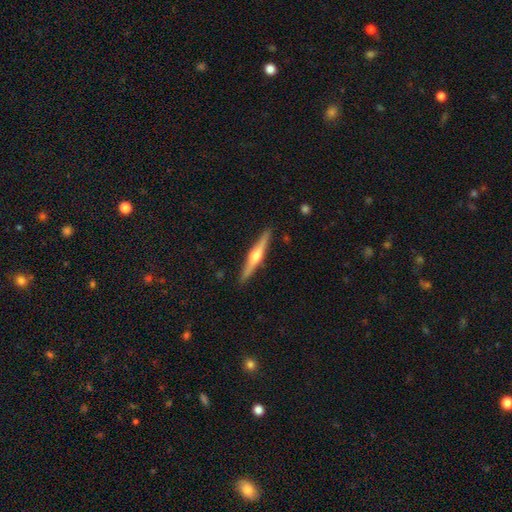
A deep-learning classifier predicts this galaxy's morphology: Q: Smooth or featured?
A: featured or disk (71%); runner-up: smooth (24%)
Q: Edge-on disk?
A: yes (98%); runner-up: no (2%)
Q: Edge-on bulge?
A: rounded (92%); runner-up: boxy (5%)
Q: Merging?
A: none (91%); runner-up: minor disturbance (7%)